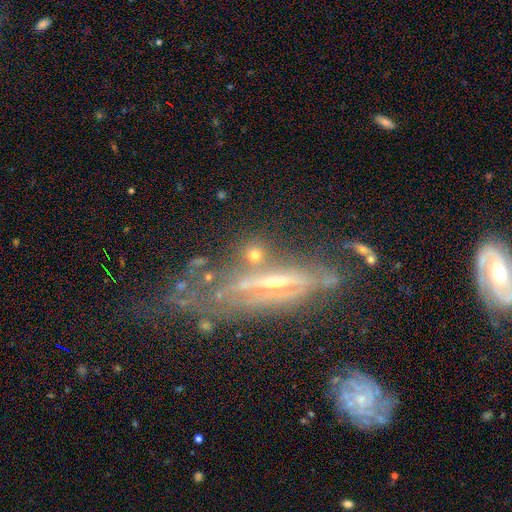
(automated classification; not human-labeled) Morphology: type=featured or disk (42%); merging=none (68%).